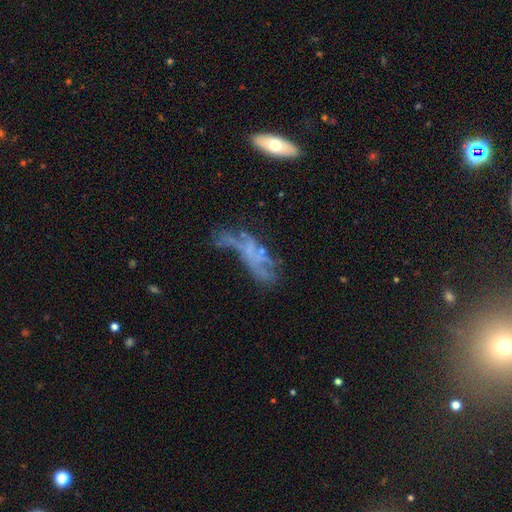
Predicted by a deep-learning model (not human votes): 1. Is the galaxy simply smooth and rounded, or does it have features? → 58% featured or disk, 24% smooth, 18% star or artifact.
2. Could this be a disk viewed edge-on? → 87% no, 13% yes.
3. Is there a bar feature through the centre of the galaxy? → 82% no, 13% weak, 6% strong.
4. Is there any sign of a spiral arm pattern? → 71% no, 29% yes.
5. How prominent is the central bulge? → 74% none, 17% small, 6% moderate, 2% large, 1% dominant.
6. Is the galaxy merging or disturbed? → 38% major disturbance, 30% none, 19% minor disturbance, 13% merger.